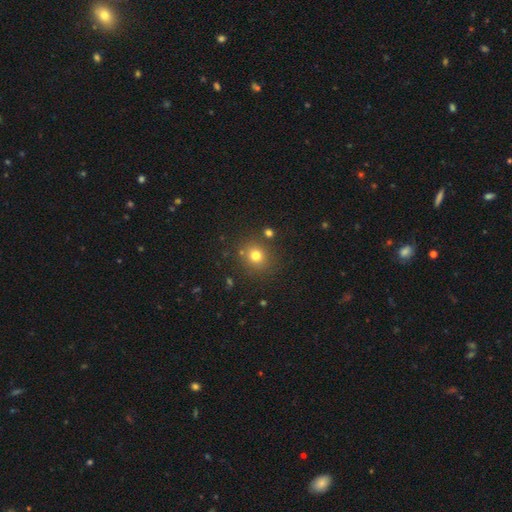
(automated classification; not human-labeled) Morphology: type=smooth (76%); roundness=round (85%); merging=none (84%).